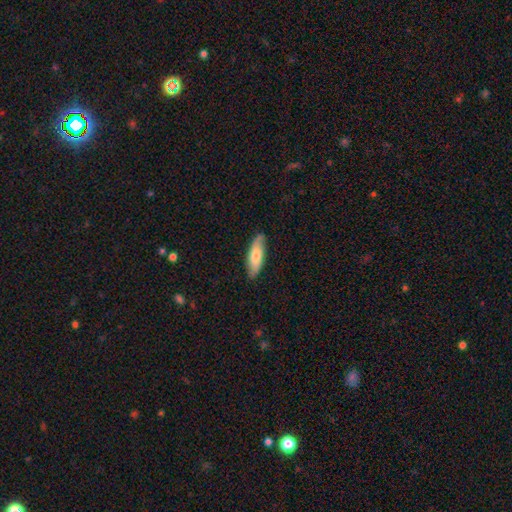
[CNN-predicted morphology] Q: Smooth or featured?
A: smooth (65%); runner-up: featured or disk (29%)
Q: How rounded?
A: in between (52%); runner-up: cigar-shaped (46%)
Q: Merging?
A: none (83%); runner-up: minor disturbance (14%)